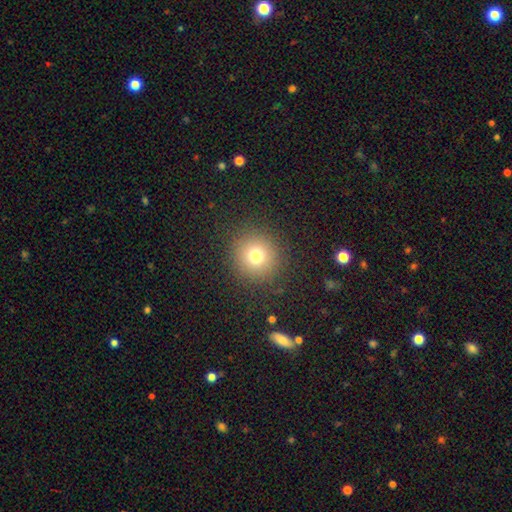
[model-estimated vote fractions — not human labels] This appears to be a smooth galaxy with no disk features (74%) that is round (93%). Merging: none (89%).